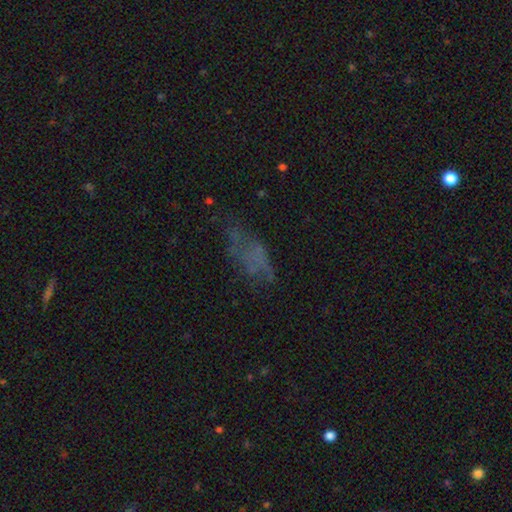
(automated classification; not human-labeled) Smooth or featured? smooth (39%, tied with featured or disk)
Merging? none (48%)